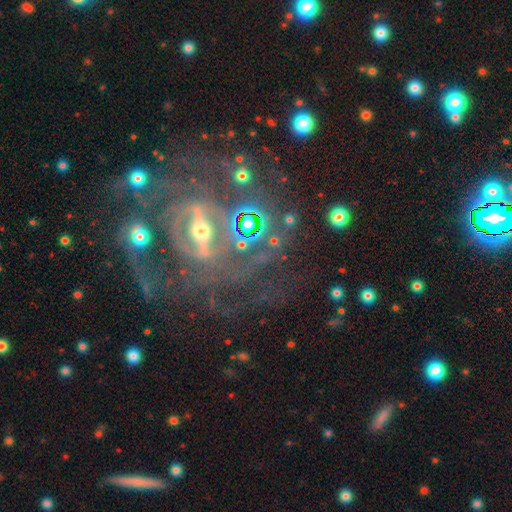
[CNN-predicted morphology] This appears to be a featured or disk galaxy (83%) with a strong bar (51%), tight (55%) spiral arms (82%) and a small central bulge (48%). Merging: none (56%).